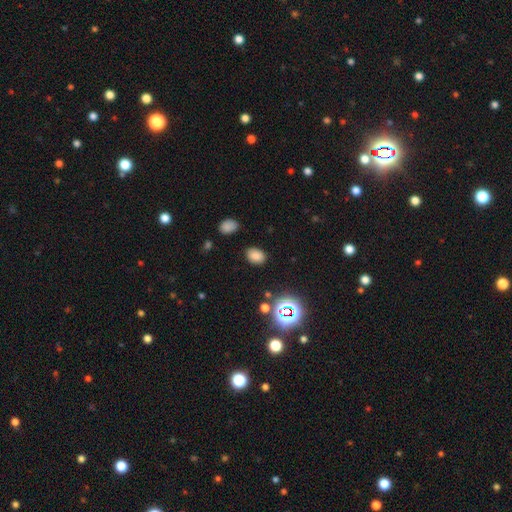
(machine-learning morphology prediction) Smooth or featured? smooth (77%)
How rounded? in between (75%)
Merging? none (85%)